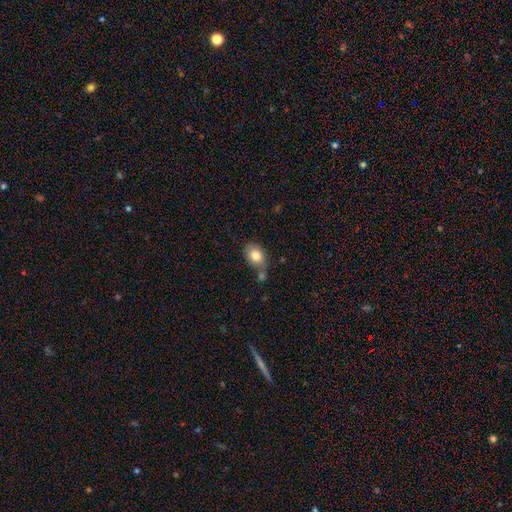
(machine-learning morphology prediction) This is clearly a smooth galaxy (81%). How rounded: likely in between (76%). Merging: possibly none (46%).